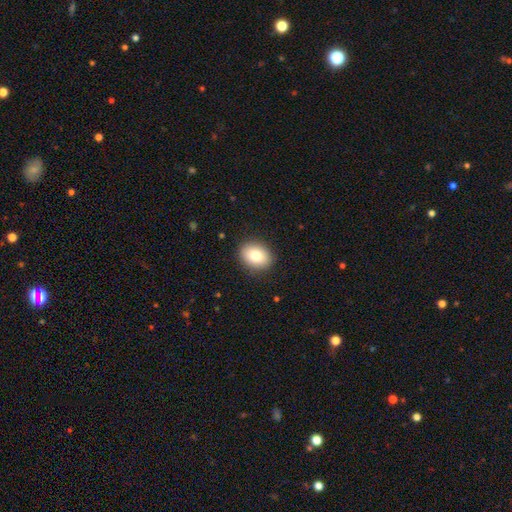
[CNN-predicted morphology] This appears to be a smooth galaxy with no disk features (82%) that is in between round and cigar-shaped (62%). Merging: none (89%).